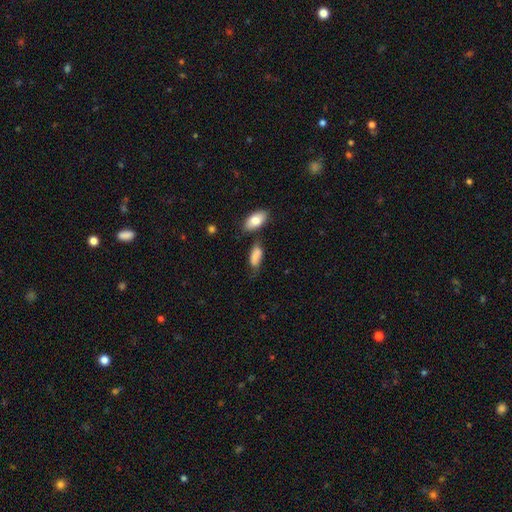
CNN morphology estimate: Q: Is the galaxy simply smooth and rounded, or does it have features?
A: smooth — 81%.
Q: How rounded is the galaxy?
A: in between — 85%.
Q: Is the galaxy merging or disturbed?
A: none — 47%.